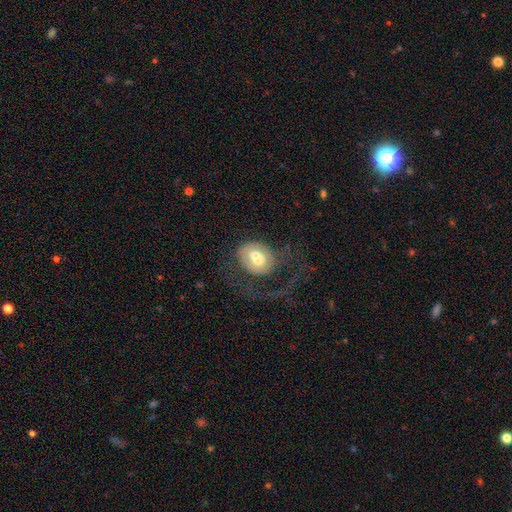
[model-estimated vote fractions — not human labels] featured or disk 49%, smooth 43%, star or artifact 8%. Down the decision tree: merging — major disturbance (47%).